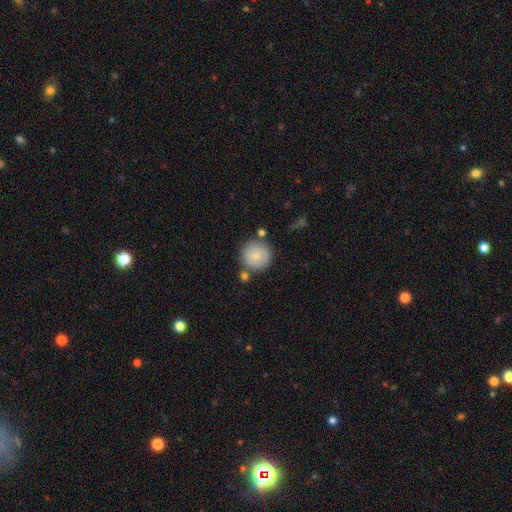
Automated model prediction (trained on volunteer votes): Smooth or featured? smooth (79%)
How rounded? round (96%)
Merging? none (77%)